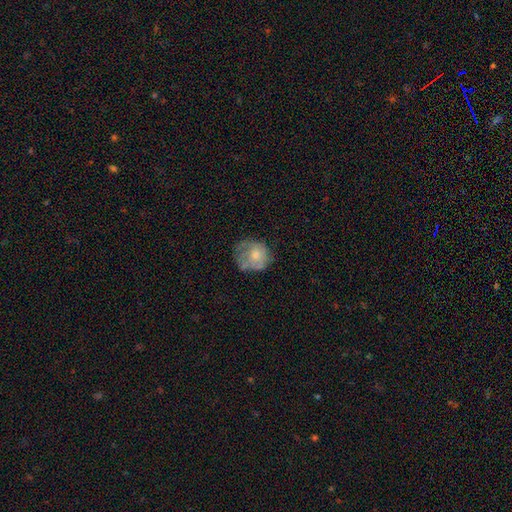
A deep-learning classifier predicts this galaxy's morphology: Smooth or featured: smooth — 52% (featured or disk — 40%)
How rounded: round — 75% (in between — 24%)
Merging: none — 52% (minor disturbance — 28%)